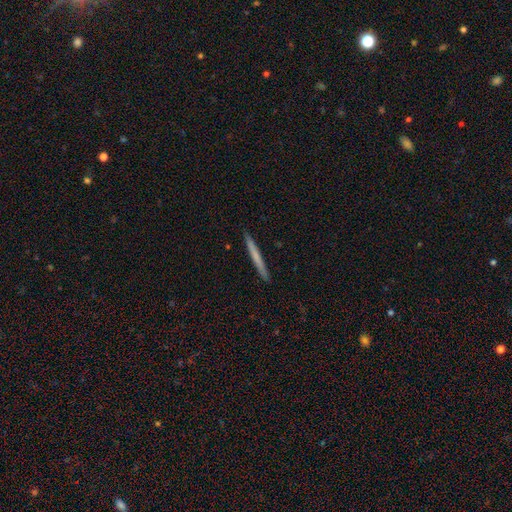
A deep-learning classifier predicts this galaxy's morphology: Smooth or featured: smooth — 60% (featured or disk — 35%)
How rounded: cigar-shaped — 97% (in between — 2%)
Merging: none — 92% (minor disturbance — 5%)